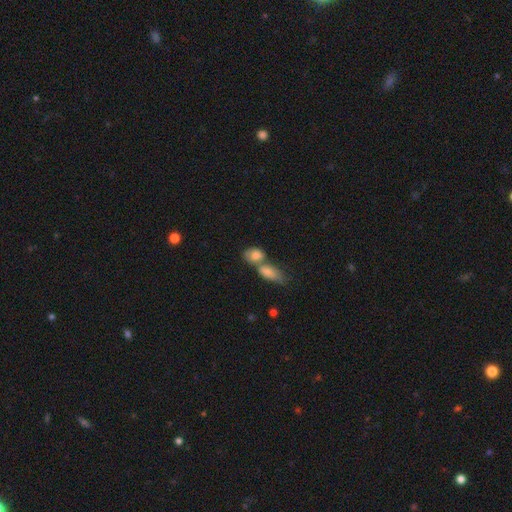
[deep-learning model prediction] The model was most divided on "merging": merger: 61%, none: 26%, minor disturbance: 9%, major disturbance: 4%. More confident: smooth or featured — smooth (77%); how rounded — in between (73%).